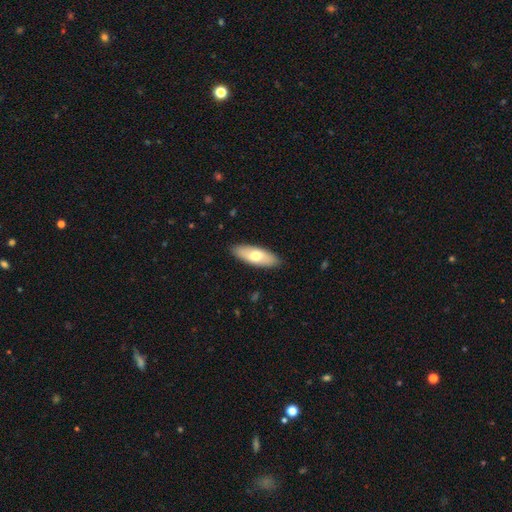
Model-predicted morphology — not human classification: Smooth or featured: smooth — 66% (featured or disk — 29%)
How rounded: in between — 73% (cigar-shaped — 25%)
Merging: none — 88% (minor disturbance — 9%)